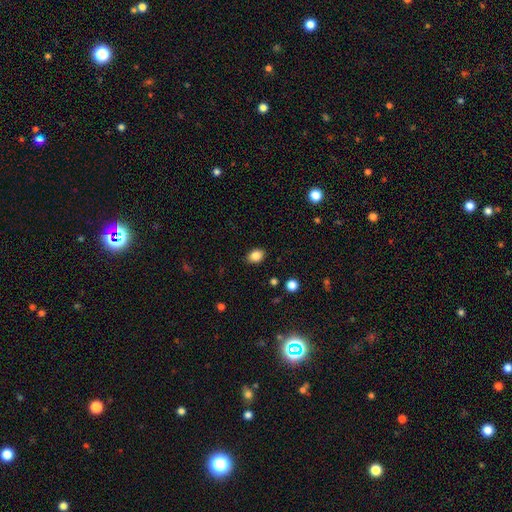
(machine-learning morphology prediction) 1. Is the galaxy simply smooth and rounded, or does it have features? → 86% smooth, 10% star or artifact, 5% featured or disk.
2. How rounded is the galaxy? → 68% in between, 31% round, 1% cigar-shaped.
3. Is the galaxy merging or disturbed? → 87% none, 10% minor disturbance, 2% major disturbance, 1% merger.